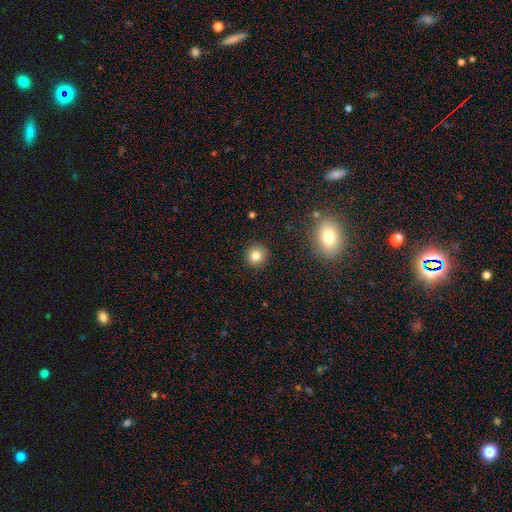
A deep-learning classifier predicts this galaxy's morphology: Overall: smooth (82%). How rounded: round (93%). Merging: none (91%).